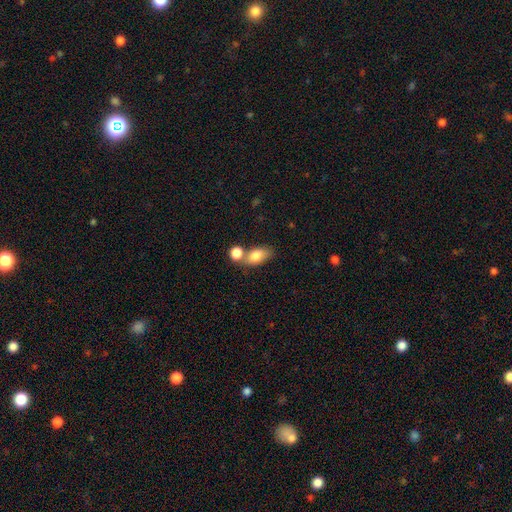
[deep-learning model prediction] This appears to be a smooth galaxy with no disk features (80%) that is in between round and cigar-shaped (83%). Merging: none (48%).